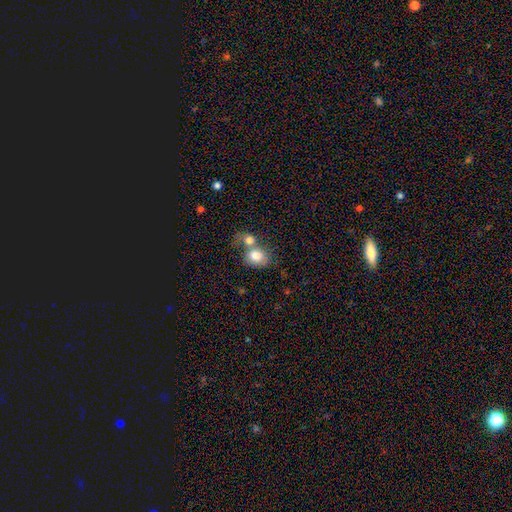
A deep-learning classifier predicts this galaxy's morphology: type=smooth (79%); roundness=in between (58%); merging=merger (60%).